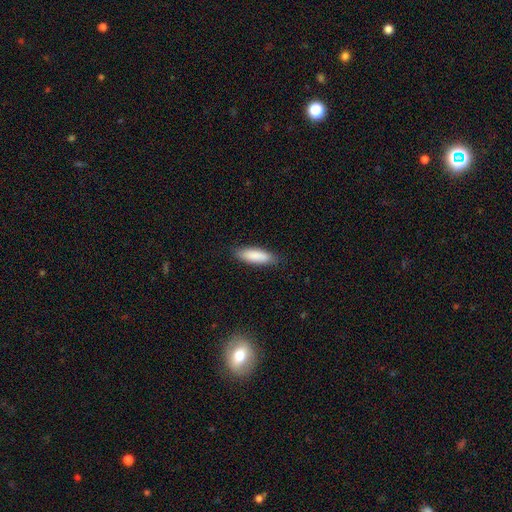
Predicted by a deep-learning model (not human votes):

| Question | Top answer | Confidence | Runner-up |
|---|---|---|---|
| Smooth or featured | smooth | 87% | featured or disk (7%) |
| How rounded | in between | 50% | cigar-shaped (49%) |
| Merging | none | 86% | minor disturbance (11%) |